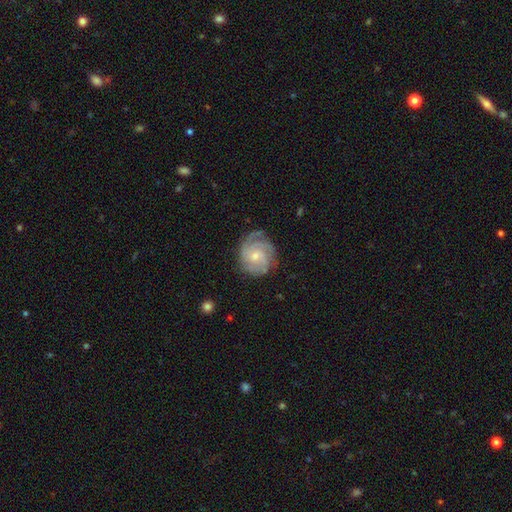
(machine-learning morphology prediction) This is likely a featured or disk galaxy (78%). It is clearly not viewed edge-on (98%). Bar: likely no (64%). Spiral arm pattern: clearly yes (95%). Spiral arm count: marginally 3 (30%). Spiral winding: likely tight (64%). Central bulge: possibly small (50%). Merging: likely none (71%).